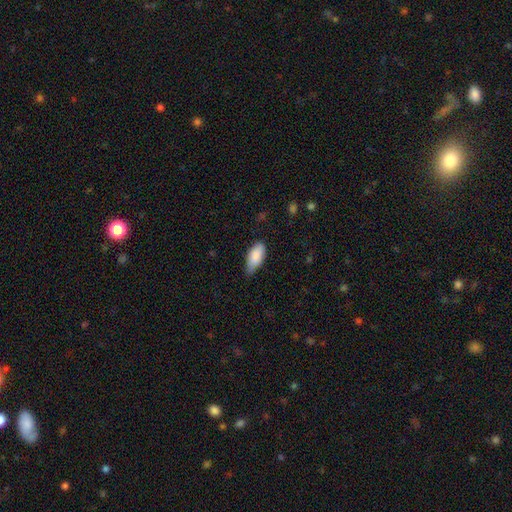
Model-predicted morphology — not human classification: Q: Smooth or featured?
A: smooth (87%); runner-up: featured or disk (7%)
Q: How rounded?
A: in between (90%); runner-up: cigar-shaped (8%)
Q: Merging?
A: none (52%); runner-up: minor disturbance (40%)